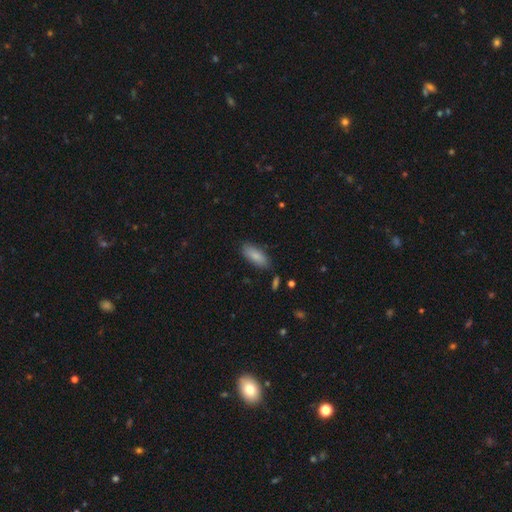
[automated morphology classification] Smooth or featured?
  - smooth: 86% *
  - featured or disk: 8%
  - star or artifact: 6%
How rounded?
  - in between: 77% *
  - cigar-shaped: 21%
  - round: 2%
Merging?
  - none: 82% *
  - minor disturbance: 13%
  - major disturbance: 3%
  - merger: 2%